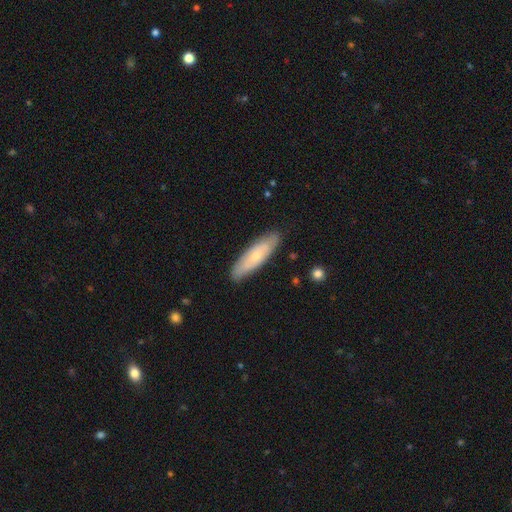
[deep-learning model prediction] This appears to be a smooth galaxy with no disk features (52%) that is cigar-shaped (59%). Merging: none (84%).